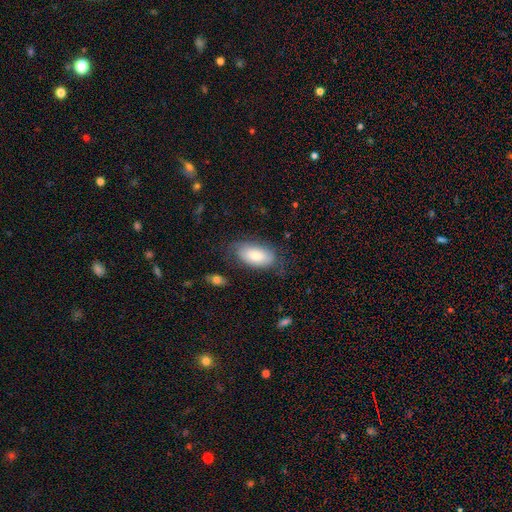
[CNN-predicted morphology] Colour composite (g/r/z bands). It shows a smooth galaxy with no disk features (75%) that is in between round and cigar-shaped (94%). Merging: none (65%).